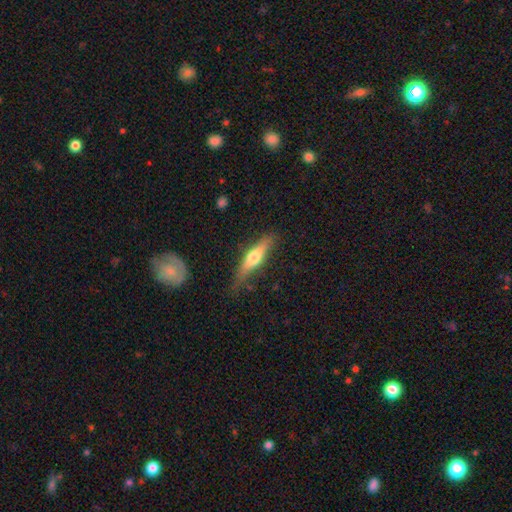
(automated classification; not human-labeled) Smooth or featured: featured or disk — 52% (smooth — 43%)
Edge-on disk: yes — 92% (no — 8%)
Merging: none — 72% (minor disturbance — 21%)